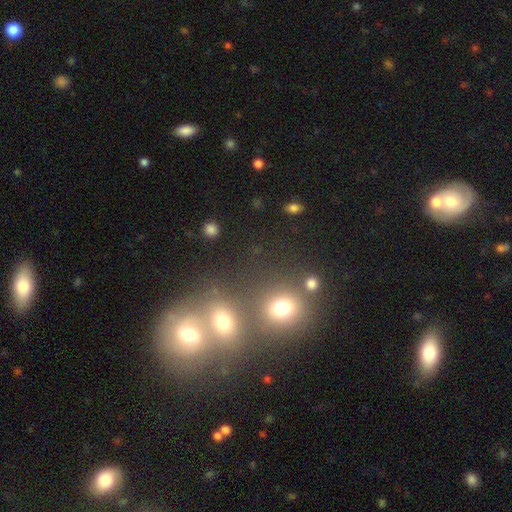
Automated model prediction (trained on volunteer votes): A smooth galaxy with no disk features (49%). Merging: merger (49%).